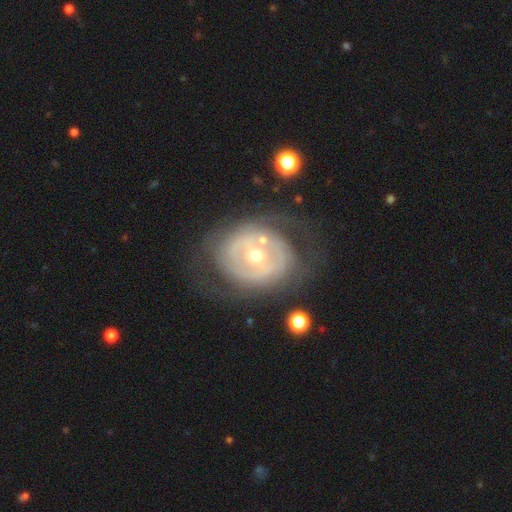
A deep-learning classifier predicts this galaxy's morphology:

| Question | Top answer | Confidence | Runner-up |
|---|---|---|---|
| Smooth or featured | featured or disk | 75% | smooth (19%) |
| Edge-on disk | no | 96% | yes (4%) |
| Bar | no | 65% | weak (23%) |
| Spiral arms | no | 52% | yes (48%) |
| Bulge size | moderate | 52% | small (44%) |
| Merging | none | 61% | minor disturbance (19%) |